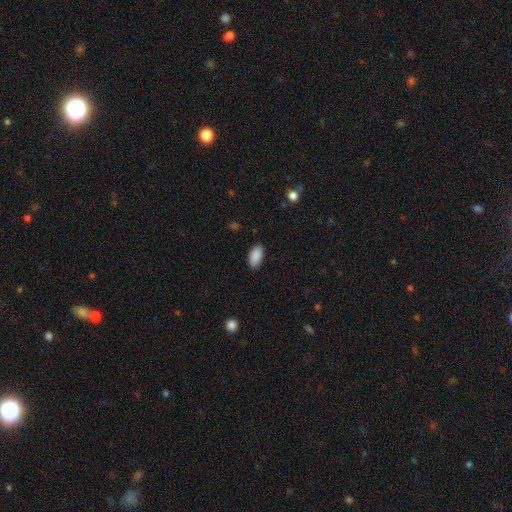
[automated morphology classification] type=smooth (90%); roundness=in between (94%); merging=none (87%).